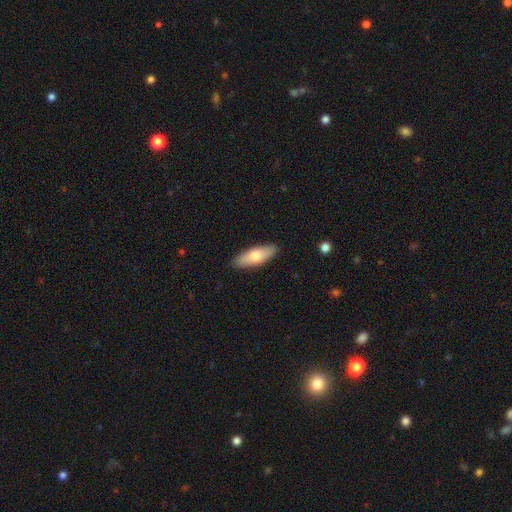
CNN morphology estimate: This is likely a smooth galaxy (73%). How rounded: likely in between (63%). Merging: clearly none (88%).